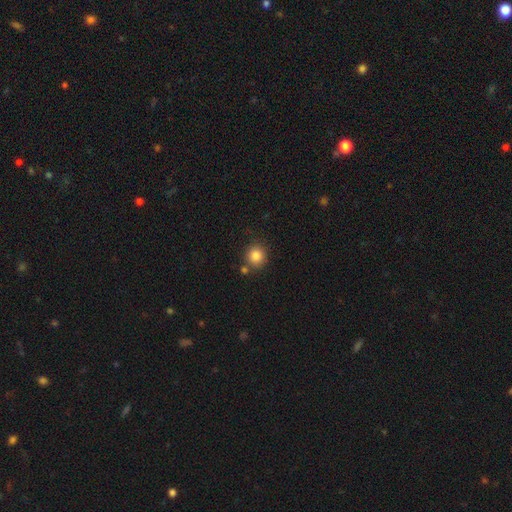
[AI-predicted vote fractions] This appears to be a smooth galaxy with no disk features (84%) that is round (89%). Merging: none (76%).